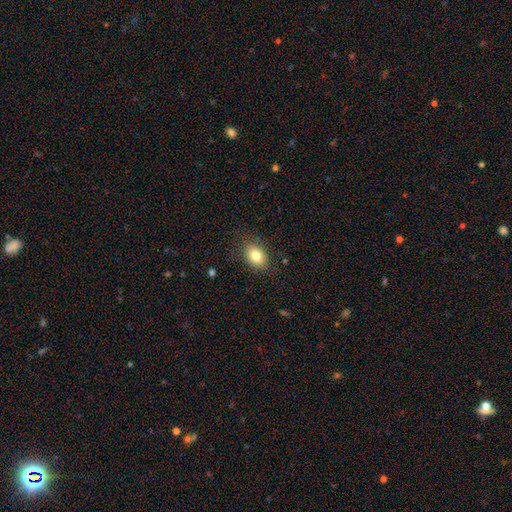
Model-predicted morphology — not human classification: smooth 81%, featured or disk 10%, star or artifact 9%. Down the decision tree: how rounded — in between (76%); merging — none (82%).